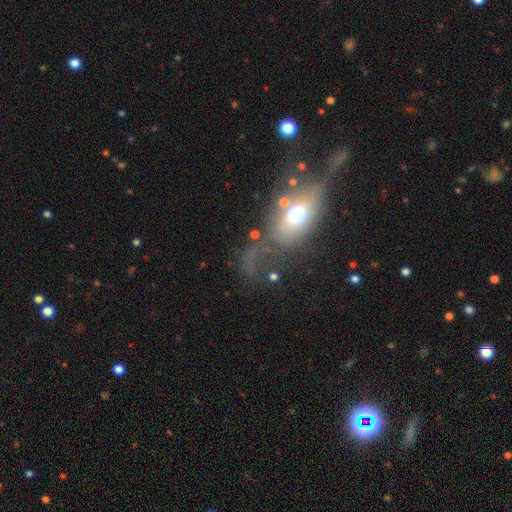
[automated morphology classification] This appears to be a featured or disk galaxy (44%). Merging: none (42%).